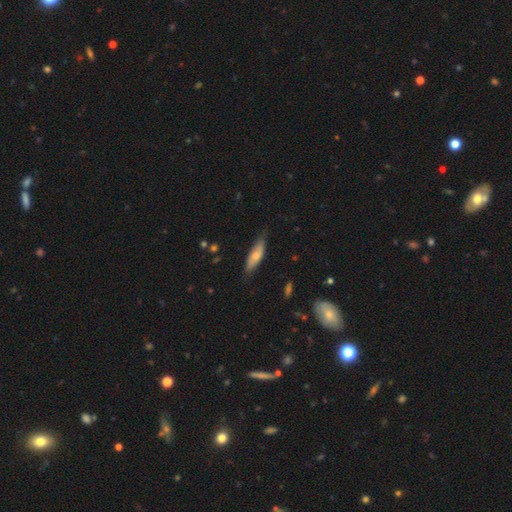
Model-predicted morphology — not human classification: A smooth galaxy with no disk features (62%) that is cigar-shaped (50%).

Vote fractions:
- Smooth or featured? smooth: 62% / featured or disk: 32% / star or artifact: 6%
- How rounded? cigar-shaped: 50% / in between: 48% / round: 2%
- Merging? none: 69% / minor disturbance: 25% / major disturbance: 4% / merger: 1%